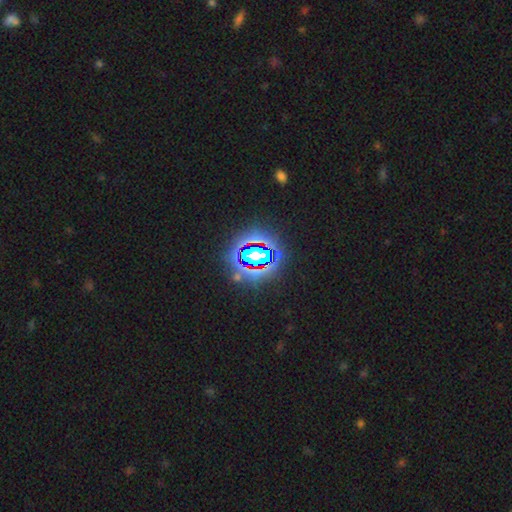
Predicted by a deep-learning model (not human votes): The model was most divided on "smooth or featured": star or artifact: 68%, smooth: 19%, featured or disk: 14%.